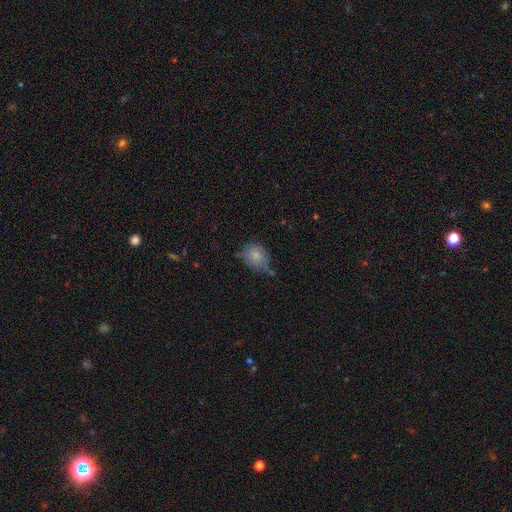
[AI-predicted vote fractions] Q: Smooth or featured?
A: smooth (80%); runner-up: featured or disk (12%)
Q: How rounded?
A: in between (49%); tied with: round (49%)
Q: Merging?
A: none (53%); runner-up: minor disturbance (31%)